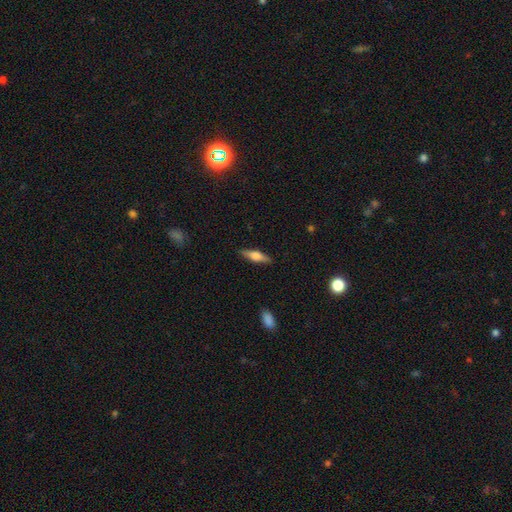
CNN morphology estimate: Q: Smooth or featured?
A: smooth (48%); runner-up: featured or disk (46%)
Q: Merging?
A: none (87%); runner-up: minor disturbance (9%)